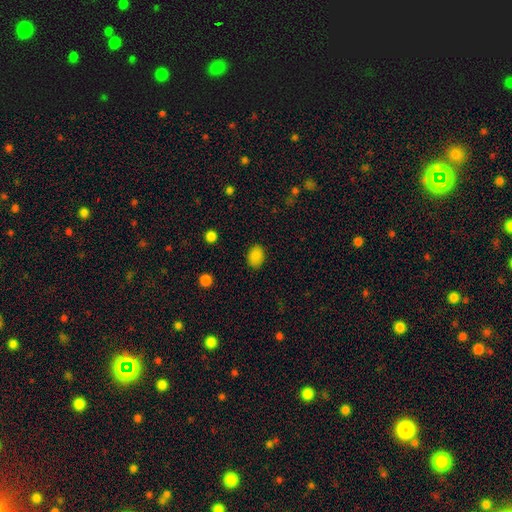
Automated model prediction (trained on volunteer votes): smooth 86%, star or artifact 11%, featured or disk 3%. Down the decision tree: how rounded — in between (70%); merging — none (85%).